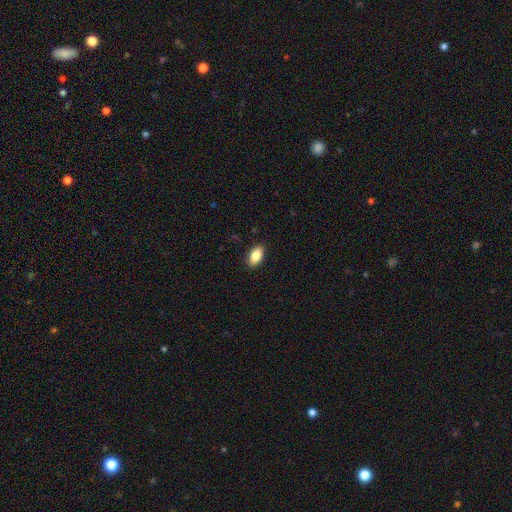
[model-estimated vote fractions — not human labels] This is clearly a smooth galaxy (84%). How rounded: clearly in between (91%). Merging: clearly none (89%).